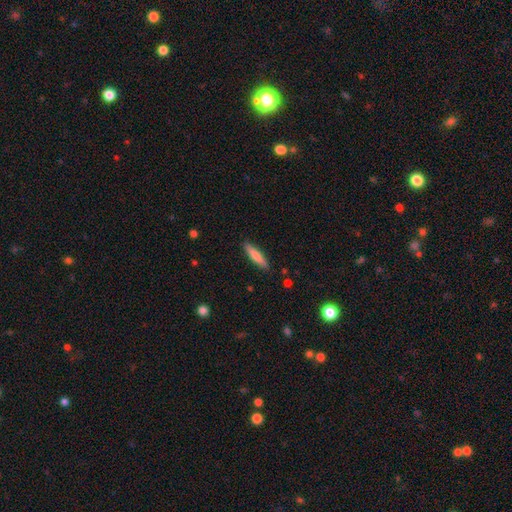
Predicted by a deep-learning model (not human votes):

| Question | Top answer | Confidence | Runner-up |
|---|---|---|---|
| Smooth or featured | smooth | 74% | featured or disk (21%) |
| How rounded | cigar-shaped | 85% | in between (14%) |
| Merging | none | 89% | minor disturbance (8%) |